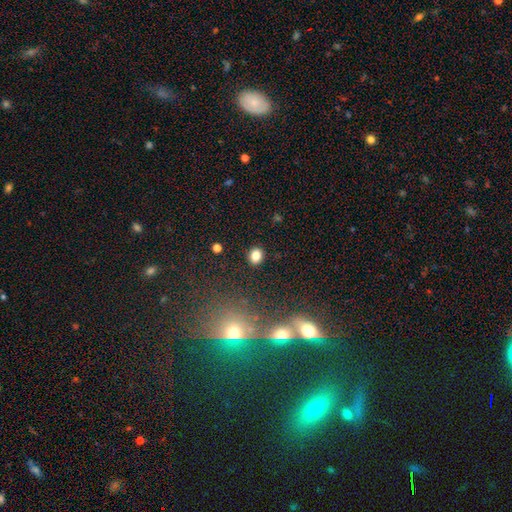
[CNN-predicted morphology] Smooth or featured: smooth — 83% (star or artifact — 12%)
How rounded: round — 67% (in between — 32%)
Merging: none — 89% (minor disturbance — 7%)